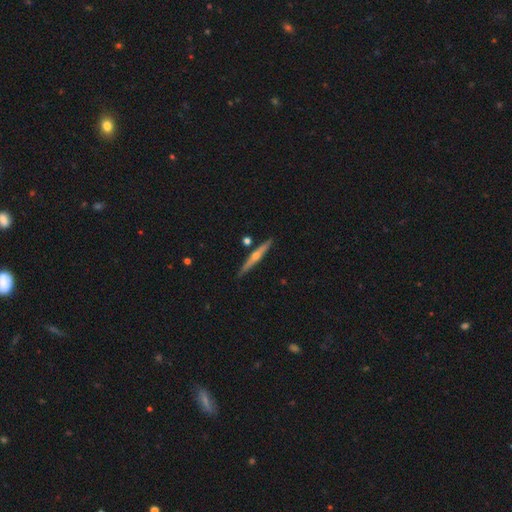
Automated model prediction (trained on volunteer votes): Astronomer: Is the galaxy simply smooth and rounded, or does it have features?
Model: featured or disk — 66%.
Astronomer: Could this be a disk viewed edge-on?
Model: yes — 97%.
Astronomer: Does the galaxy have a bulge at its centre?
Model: rounded — 86%.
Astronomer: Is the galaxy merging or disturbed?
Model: none — 86%.